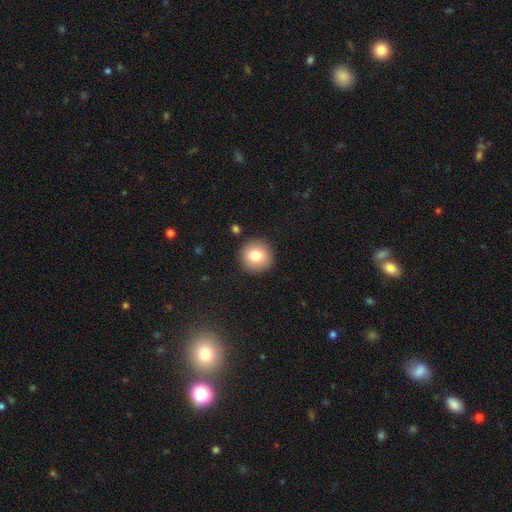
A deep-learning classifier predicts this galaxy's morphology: smooth-or-featured: smooth: 80% | featured or disk: 11% | star or artifact: 9%
  how-rounded: round: 95% | in between: 4% | cigar-shaped: 1%
  merging: none: 90% | minor disturbance: 6% | major disturbance: 2% | merger: 2%